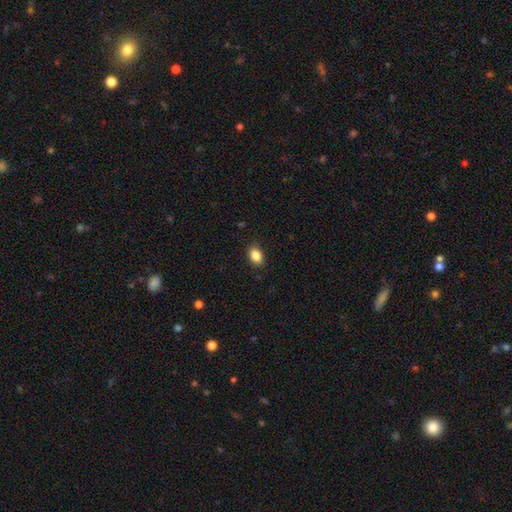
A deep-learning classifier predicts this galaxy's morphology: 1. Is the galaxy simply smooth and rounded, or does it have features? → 86% smooth, 9% star or artifact, 5% featured or disk.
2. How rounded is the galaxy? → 80% in between, 18% round, 1% cigar-shaped.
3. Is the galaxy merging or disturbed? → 86% none, 11% minor disturbance, 2% major disturbance, 1% merger.